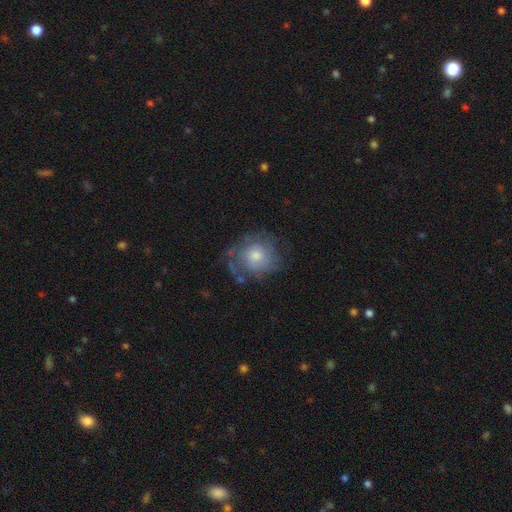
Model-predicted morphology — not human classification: This is possibly a featured or disk galaxy (55%). It is clearly not viewed edge-on (97%). Bar: clearly no (82%). Spiral arm pattern: likely yes (73%). Central bulge: possibly moderate (58%). Merging: possibly none (59%).